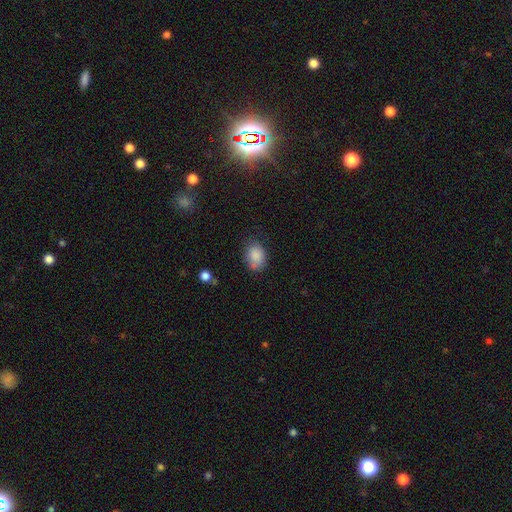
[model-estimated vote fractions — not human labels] A smooth galaxy with no disk features (84%) that is in between round and cigar-shaped (70%). Merging: none (64%).